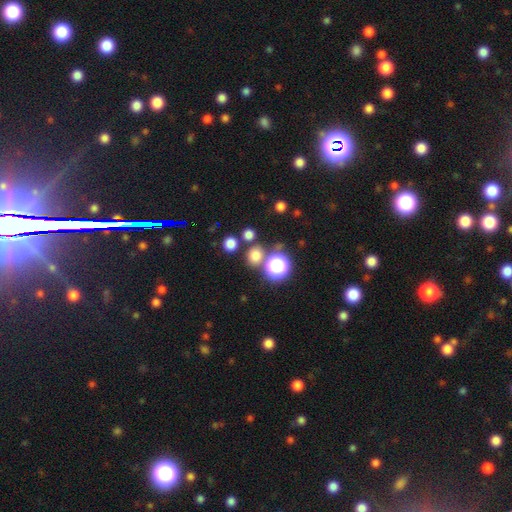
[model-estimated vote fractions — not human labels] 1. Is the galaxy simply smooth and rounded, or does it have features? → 68% smooth, 25% star or artifact, 7% featured or disk.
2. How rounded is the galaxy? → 80% round, 19% in between, 1% cigar-shaped.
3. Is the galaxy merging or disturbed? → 74% none, 14% merger, 8% minor disturbance, 4% major disturbance.